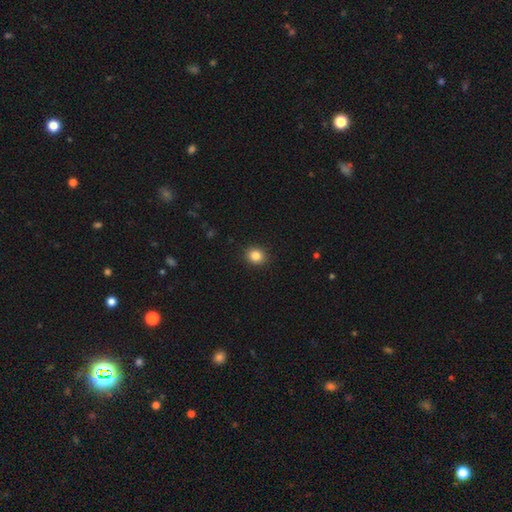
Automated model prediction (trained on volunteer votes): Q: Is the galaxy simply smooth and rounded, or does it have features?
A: smooth — 85%.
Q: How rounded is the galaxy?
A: round — 74%.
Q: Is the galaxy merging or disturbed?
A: none — 91%.